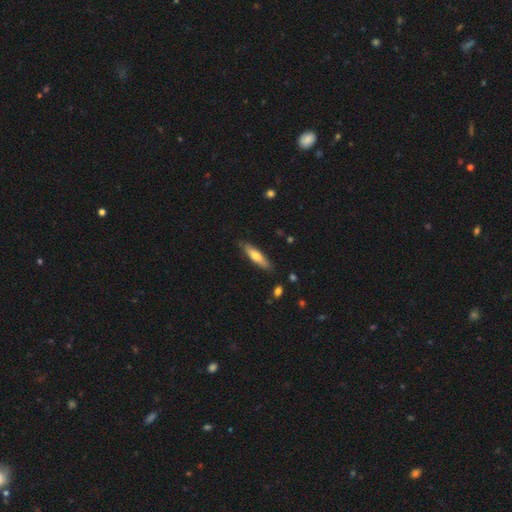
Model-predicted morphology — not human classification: A smooth galaxy with no disk features (65%) that is cigar-shaped (72%). Merging: none (85%).